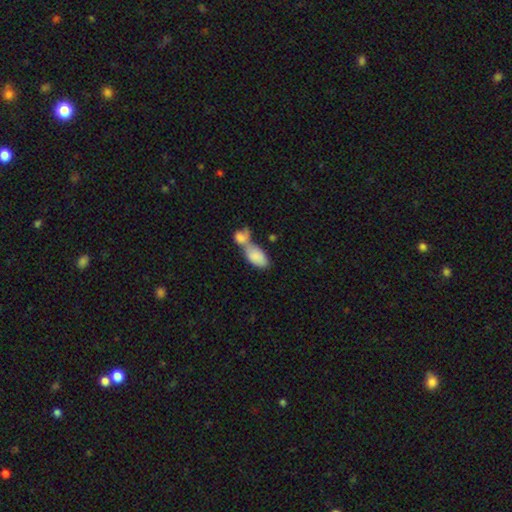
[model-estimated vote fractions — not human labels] A smooth galaxy with no disk features (82%) that is in between round and cigar-shaped (92%).

Vote fractions:
- Smooth or featured? smooth: 82% / featured or disk: 12% / star or artifact: 6%
- How rounded? in between: 92% / round: 4% / cigar-shaped: 4%
- Merging? merger: 68% / none: 18% / minor disturbance: 8% / major disturbance: 6%